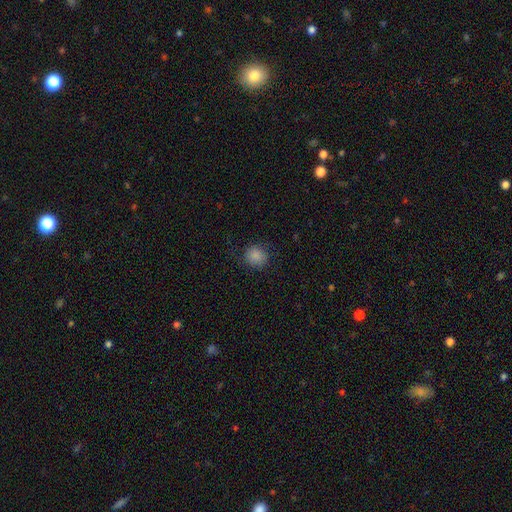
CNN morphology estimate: Overall: smooth (86%). How rounded: round (82%). Merging: none (79%).